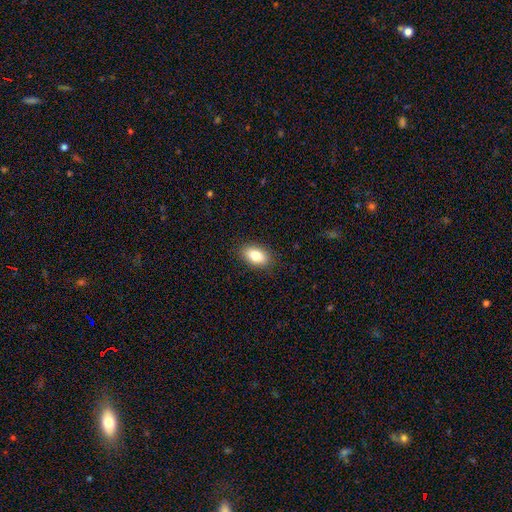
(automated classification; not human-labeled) The model was most divided on "smooth or featured": smooth: 82%, featured or disk: 10%, star or artifact: 8%. More confident: how rounded — in between (90%); merging — none (88%).